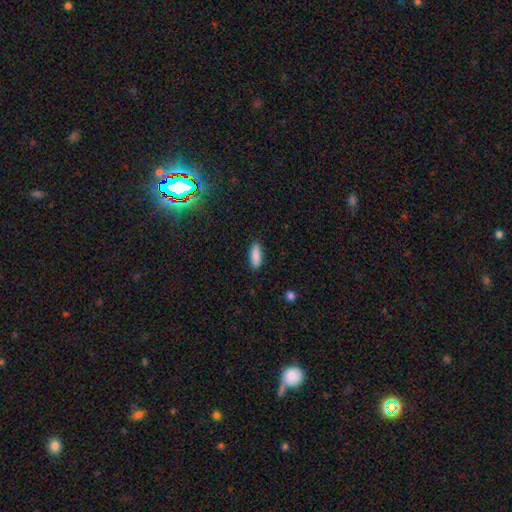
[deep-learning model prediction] This appears to be a smooth galaxy with no disk features (89%) that is in between round and cigar-shaped (63%). Merging: none (88%).